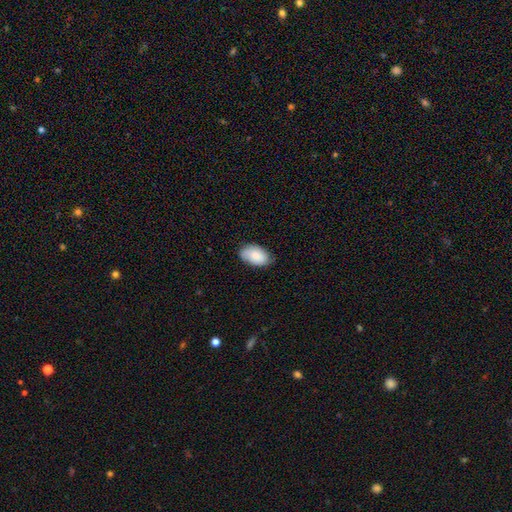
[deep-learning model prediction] Overall: smooth (82%). How rounded: in between (93%). Merging: none (74%).